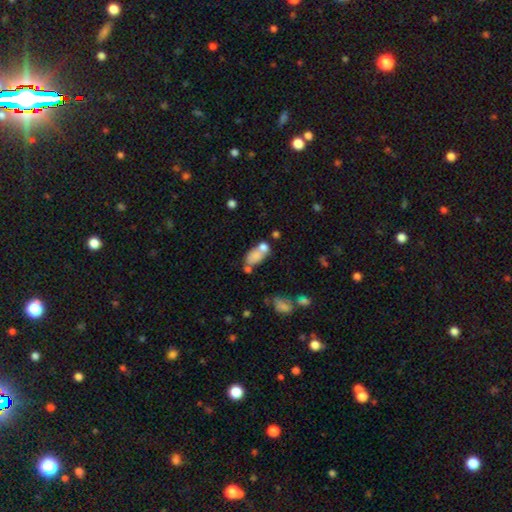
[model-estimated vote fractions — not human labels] Morphology: type=smooth (72%); roundness=in between (84%); merging=merger (44%).